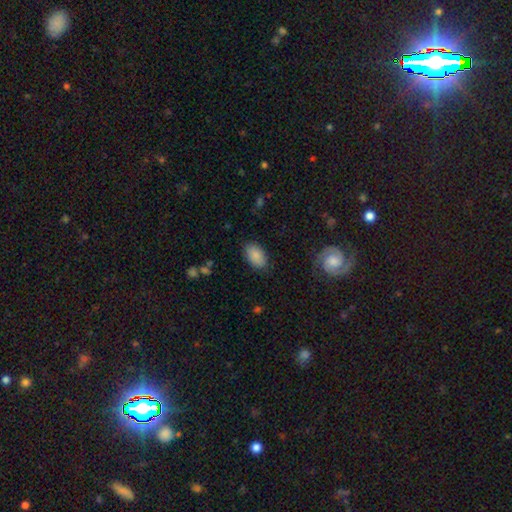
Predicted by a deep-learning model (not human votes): Q: Smooth or featured?
A: smooth (88%); runner-up: star or artifact (7%)
Q: How rounded?
A: in between (93%); runner-up: round (5%)
Q: Merging?
A: none (85%); runner-up: minor disturbance (11%)